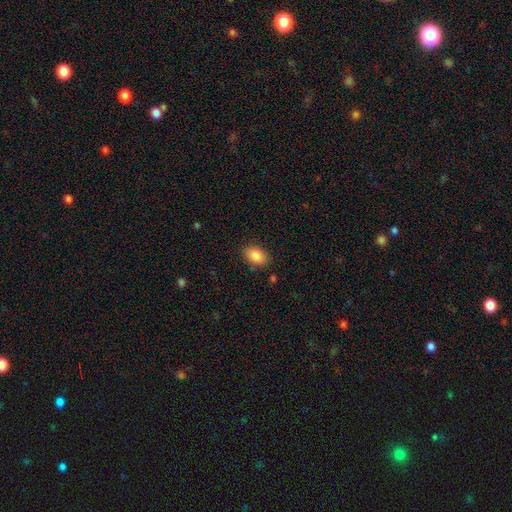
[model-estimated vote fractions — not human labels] This appears to be a smooth galaxy with no disk features (87%) that is in between round and cigar-shaped (85%). Merging: none (85%).